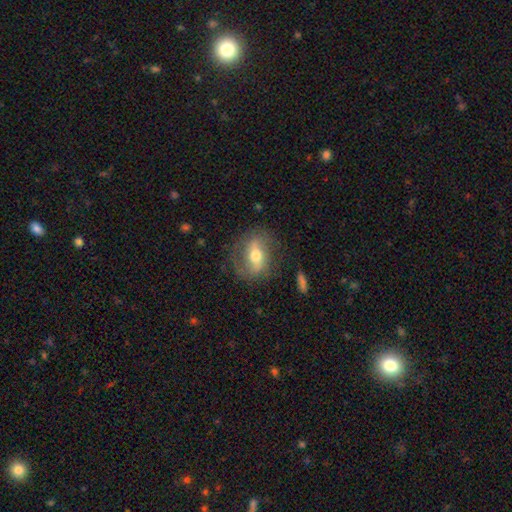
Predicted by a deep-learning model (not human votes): The model was most divided on "smooth or featured": featured or disk: 61%, smooth: 32%, star or artifact: 7%. More confident: edge-on disk — no (81%); merging — none (75%).